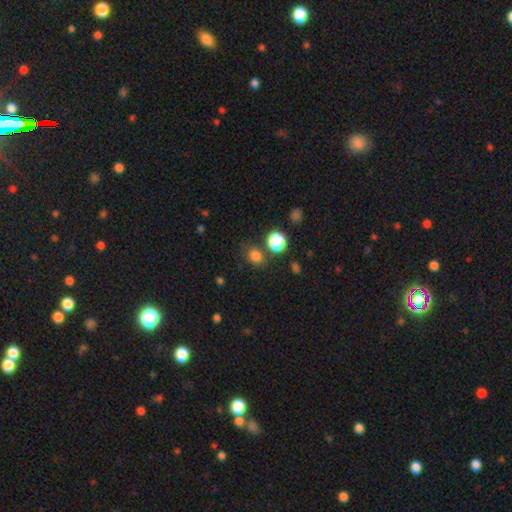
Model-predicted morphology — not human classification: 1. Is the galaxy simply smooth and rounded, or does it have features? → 78% smooth, 17% star or artifact, 5% featured or disk.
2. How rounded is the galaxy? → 64% round, 35% in between, 1% cigar-shaped.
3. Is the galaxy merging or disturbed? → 72% none, 13% minor disturbance, 10% merger, 5% major disturbance.